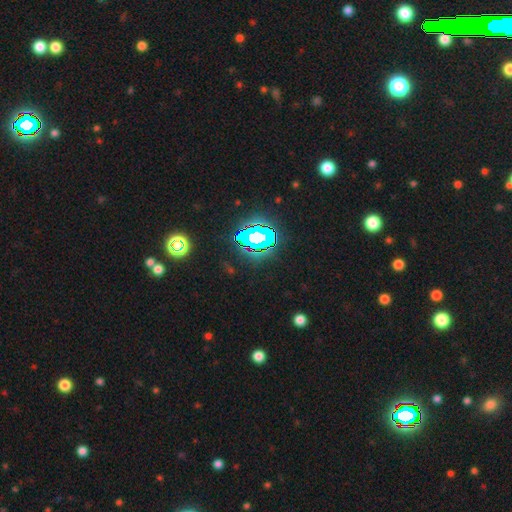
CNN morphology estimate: Smooth or featured? Predicted: star or artifact (p=0.82).